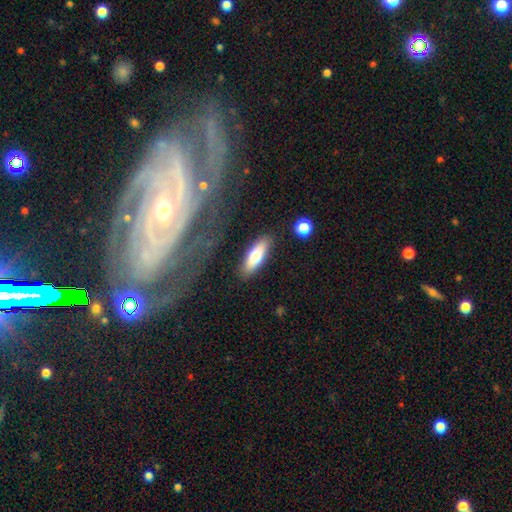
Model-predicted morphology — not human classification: Smooth or featured: smooth — 71% (featured or disk — 23%)
How rounded: in between — 60% (cigar-shaped — 38%)
Merging: none — 86% (minor disturbance — 9%)